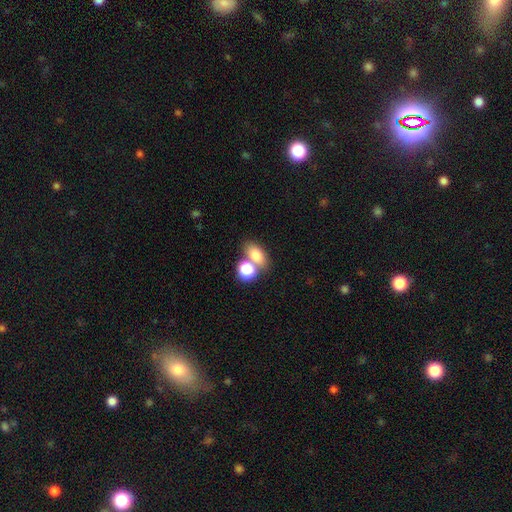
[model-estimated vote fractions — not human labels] A smooth galaxy with no disk features (77%) that is in between round and cigar-shaped (75%). Merging: none (51%).